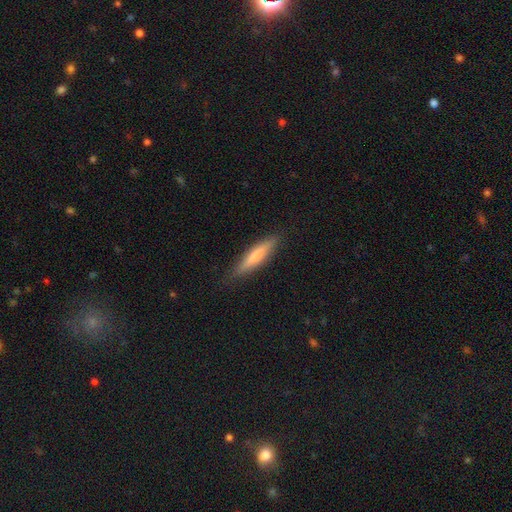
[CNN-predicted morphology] This appears to be a smooth galaxy with no disk features (70%) that is cigar-shaped (84%). Merging: none (86%).